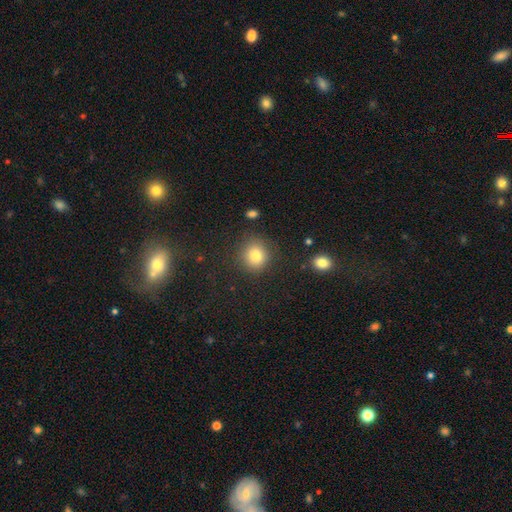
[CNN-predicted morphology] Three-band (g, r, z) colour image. It shows a smooth galaxy with no disk features (82%) that is round (83%). Merging: none (85%).